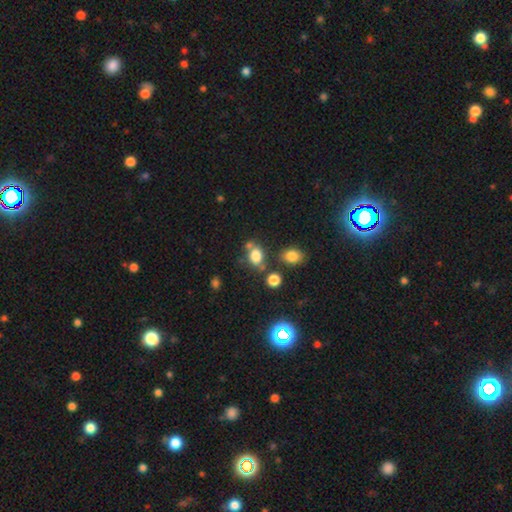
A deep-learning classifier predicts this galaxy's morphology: The model was most divided on "how rounded": in between: 62%, round: 36%, cigar-shaped: 2%. More confident: smooth or featured — smooth (75%); merging — none (57%).